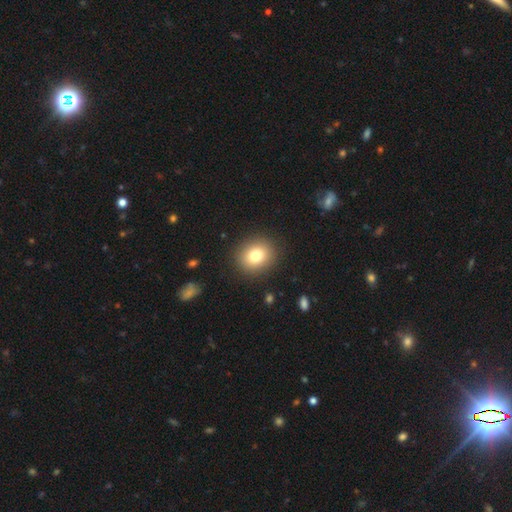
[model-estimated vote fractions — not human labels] Overall: smooth (78%). How rounded: round (73%). Merging: none (89%).